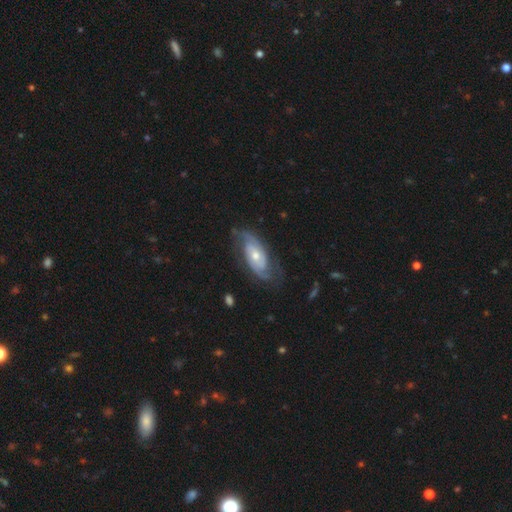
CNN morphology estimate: type=featured or disk (81%); edge-on=no (93%); bar=no (67%); spiral arms=yes (93%); winding=tight (46%); arm count=2 (67%); bulge=moderate (58%); merging=none (70%).